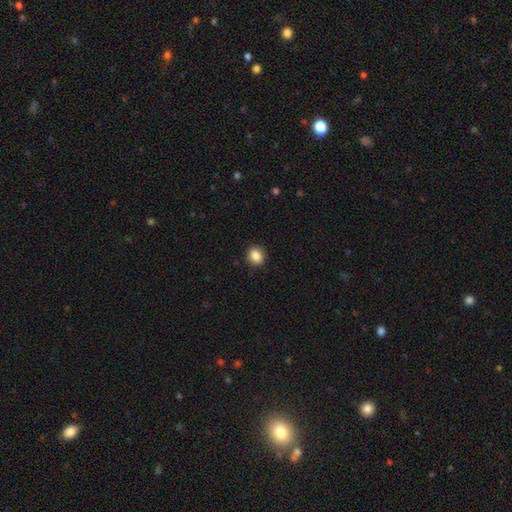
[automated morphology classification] type=smooth (86%); roundness=round (66%); merging=none (91%).